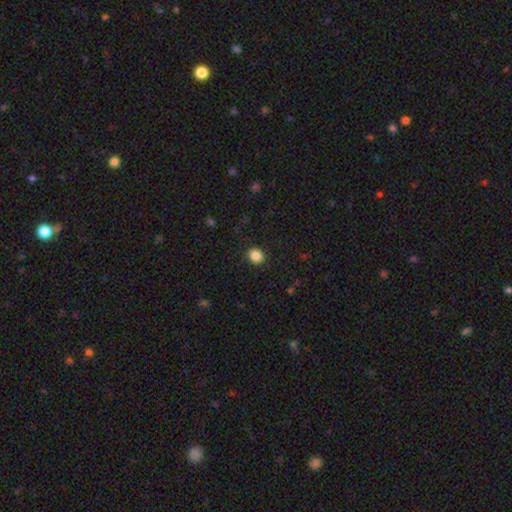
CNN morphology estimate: This is clearly a smooth galaxy (86%). How rounded: likely round (75%). Merging: clearly none (90%).